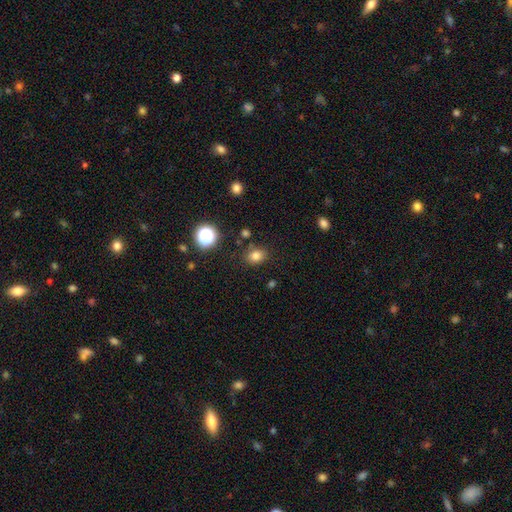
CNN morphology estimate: Q: Smooth or featured?
A: smooth (79%); runner-up: star or artifact (15%)
Q: How rounded?
A: round (53%); runner-up: in between (46%)
Q: Merging?
A: none (80%); runner-up: minor disturbance (12%)